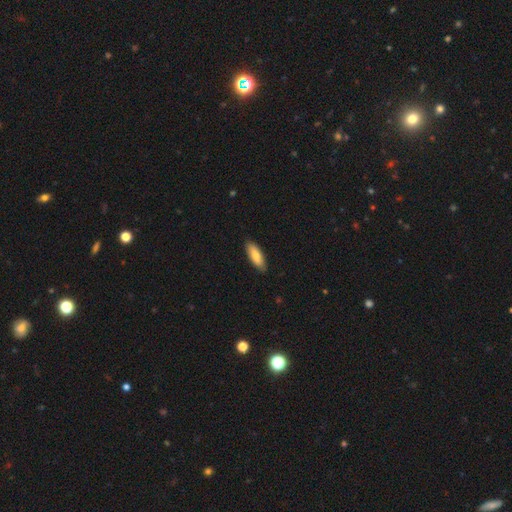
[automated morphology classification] A smooth galaxy with no disk features (81%) that is in between round and cigar-shaped (60%).

Vote fractions:
- Smooth or featured? smooth: 81% / featured or disk: 13% / star or artifact: 5%
- How rounded? in between: 60% / cigar-shaped: 38% / round: 2%
- Merging? none: 88% / minor disturbance: 9% / major disturbance: 2% / merger: 1%